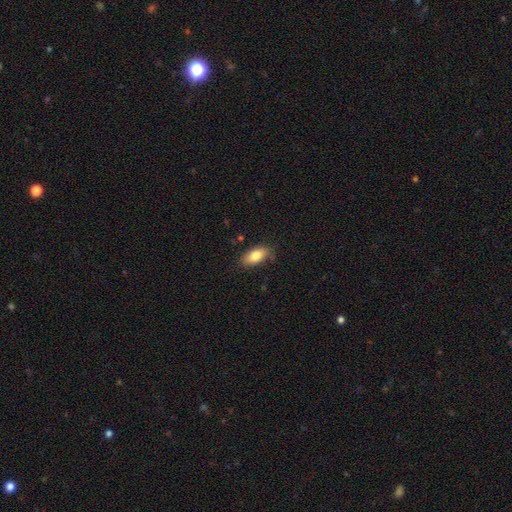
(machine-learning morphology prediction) Smooth or featured? Predicted: smooth (p=0.82). How rounded? Predicted: in between (p=0.91). Merging? Predicted: none (p=0.79).